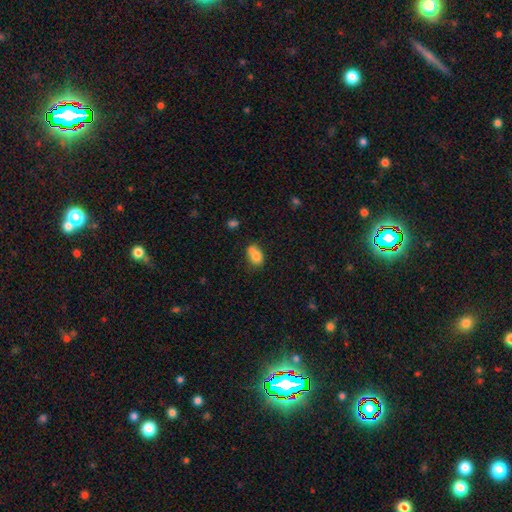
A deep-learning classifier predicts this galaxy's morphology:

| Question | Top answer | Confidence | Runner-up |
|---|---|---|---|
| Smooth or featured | smooth | 78% | featured or disk (12%) |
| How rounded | in between | 71% | round (27%) |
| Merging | none | 40% | merger (30%) |